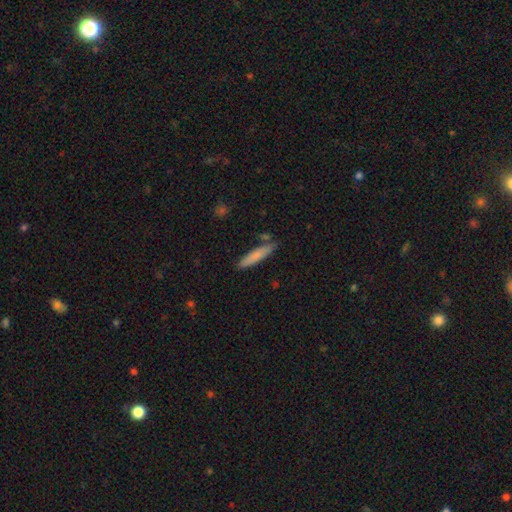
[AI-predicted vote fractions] Smooth or featured? smooth (78%)
How rounded? cigar-shaped (87%)
Merging? none (80%)